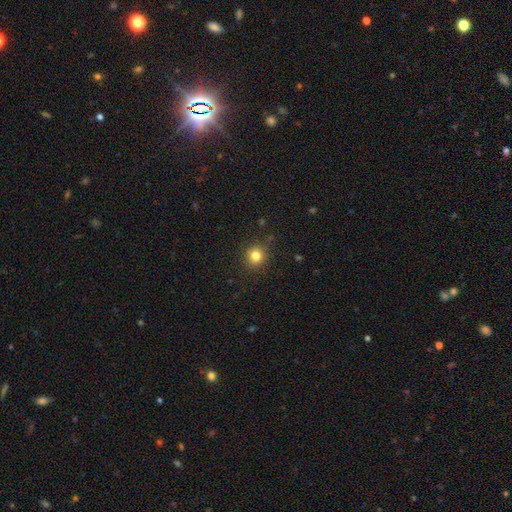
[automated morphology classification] A smooth galaxy with no disk features (82%) that is round (89%). Merging: none (88%).